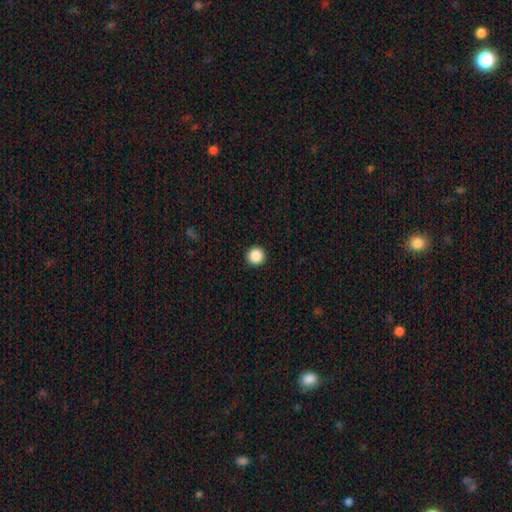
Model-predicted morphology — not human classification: Overall: smooth (88%). How rounded: round (96%). Merging: none (94%).